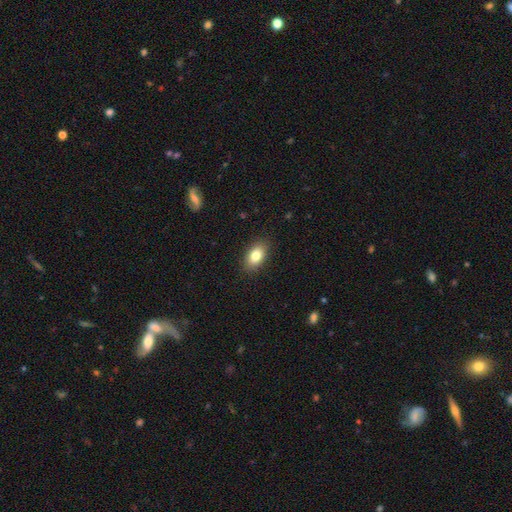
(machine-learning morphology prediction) Smooth or featured: smooth — 82% (featured or disk — 10%)
How rounded: in between — 89% (round — 8%)
Merging: none — 88% (minor disturbance — 9%)